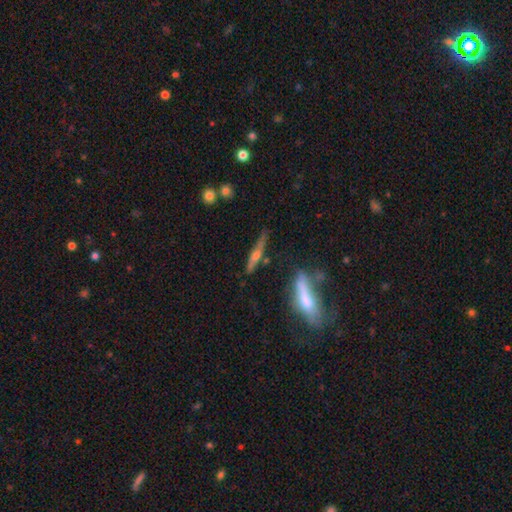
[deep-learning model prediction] smooth-or-featured: featured or disk: 60% | smooth: 33% | star or artifact: 7%
  disk-edge-on: yes: 93% | no: 7%
    edge-on-bulge: rounded: 85% | none: 9% | boxy: 6%
  merging: none: 77% | minor disturbance: 14% | merger: 6% | major disturbance: 4%